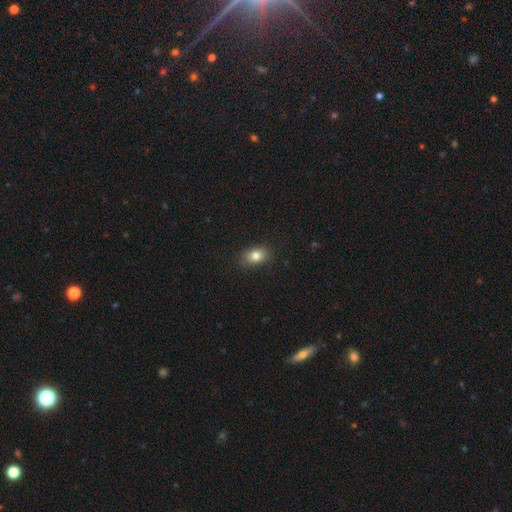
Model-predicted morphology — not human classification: A smooth galaxy with no disk features (81%) that is in between round and cigar-shaped (74%).

Vote fractions:
- Smooth or featured? smooth: 81% / star or artifact: 11% / featured or disk: 9%
- How rounded? in between: 74% / round: 25% / cigar-shaped: 2%
- Merging? none: 85% / minor disturbance: 11% / major disturbance: 2% / merger: 1%